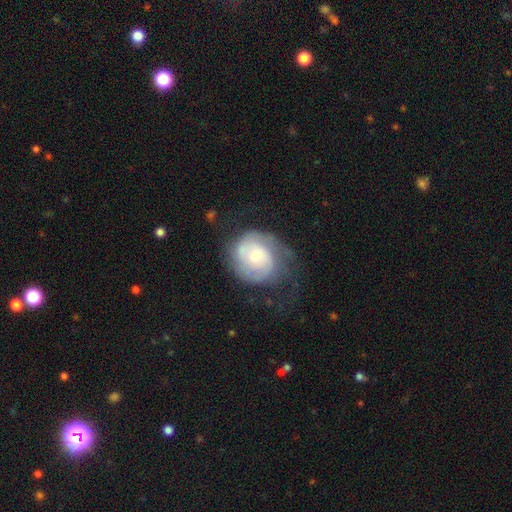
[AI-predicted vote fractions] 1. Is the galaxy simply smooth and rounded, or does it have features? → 70% featured or disk, 24% smooth, 6% star or artifact.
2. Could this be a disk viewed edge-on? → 98% no, 2% yes.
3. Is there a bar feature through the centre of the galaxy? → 69% no, 27% weak, 4% strong.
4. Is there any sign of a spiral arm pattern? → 88% yes, 12% no.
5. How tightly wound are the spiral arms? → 52% tight, 34% medium, 14% loose.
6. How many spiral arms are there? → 52% 2, 26% can't tell, 9% 1, 8% 3, 3% 4, 2% more than 4.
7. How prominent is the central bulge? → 52% moderate, 38% small, 6% large, 2% none, 1% dominant.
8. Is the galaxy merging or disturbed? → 52% none, 25% minor disturbance, 20% major disturbance, 2% merger.